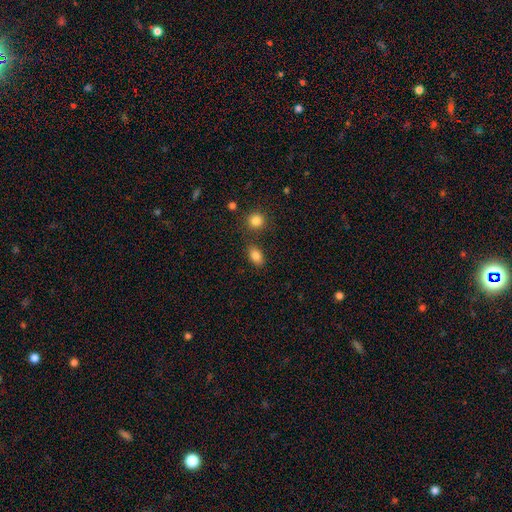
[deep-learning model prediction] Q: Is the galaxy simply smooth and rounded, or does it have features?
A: smooth — 85%.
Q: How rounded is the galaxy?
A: in between — 84%.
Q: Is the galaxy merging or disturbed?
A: none — 79%.